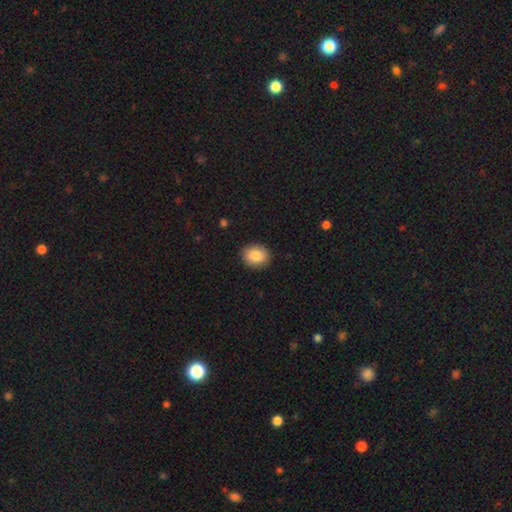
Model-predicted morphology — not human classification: type=smooth (85%); roundness=round (54%); merging=none (90%).